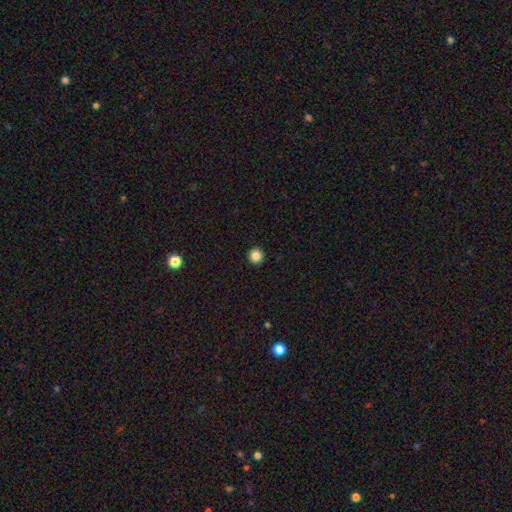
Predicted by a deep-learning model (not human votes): A smooth galaxy with no disk features (85%) that is round (96%).

Vote fractions:
- Smooth or featured? smooth: 85% / star or artifact: 11% / featured or disk: 4%
- How rounded? round: 96% / in between: 3% / cigar-shaped: 1%
- Merging? none: 94% / minor disturbance: 4% / major disturbance: 1% / merger: 1%